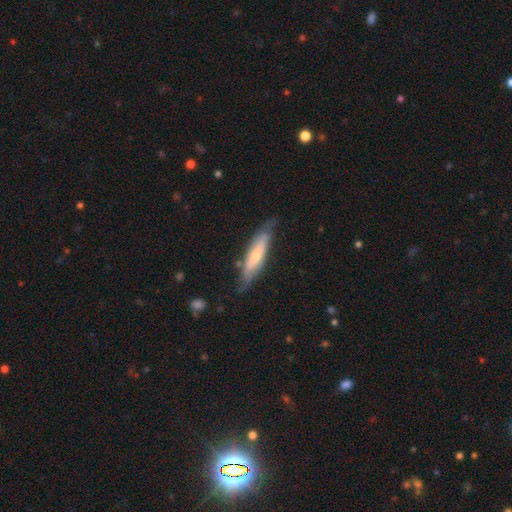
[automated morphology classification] This appears to be a featured or disk galaxy (54%) viewed edge-on (55%). Merging: none (67%).